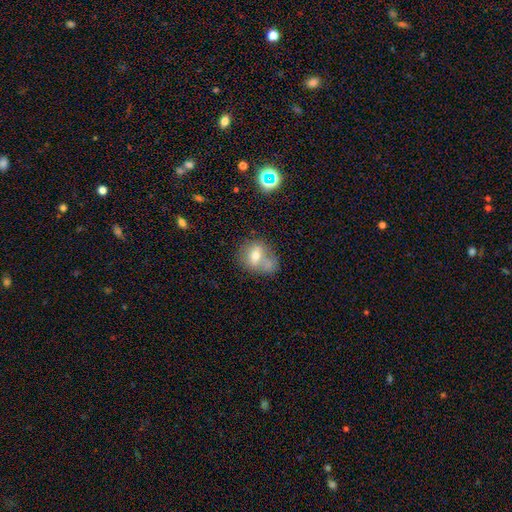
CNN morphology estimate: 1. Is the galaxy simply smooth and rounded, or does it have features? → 61% smooth, 26% featured or disk, 14% star or artifact.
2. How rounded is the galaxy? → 53% round, 45% in between, 2% cigar-shaped.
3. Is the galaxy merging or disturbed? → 40% merger, 36% none, 16% minor disturbance, 8% major disturbance.